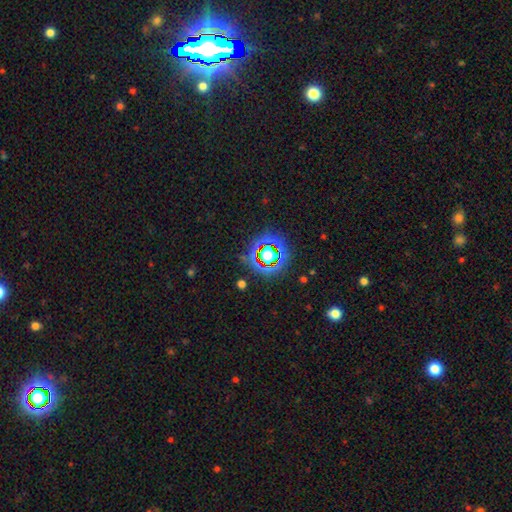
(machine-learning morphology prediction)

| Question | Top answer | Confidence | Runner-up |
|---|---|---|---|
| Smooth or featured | star or artifact | 77% | smooth (15%) |